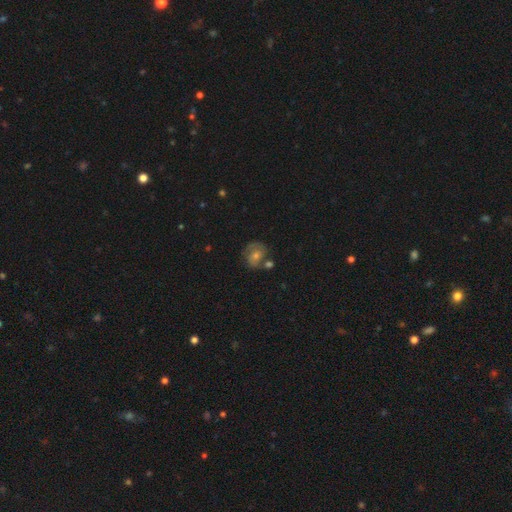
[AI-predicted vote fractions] A featured or disk galaxy (53%) with no bar (63%), spiral arms (76%) and a moderate central bulge (58%). Merging: none (66%).